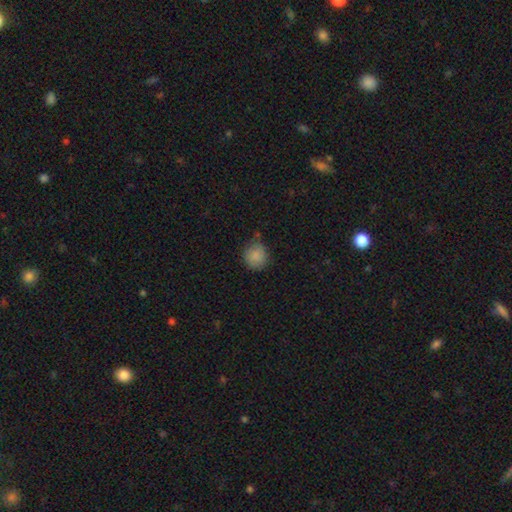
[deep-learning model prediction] Smooth or featured? Predicted: smooth (p=0.87). How rounded? Predicted: round (p=0.87). Merging? Predicted: none (p=0.72).